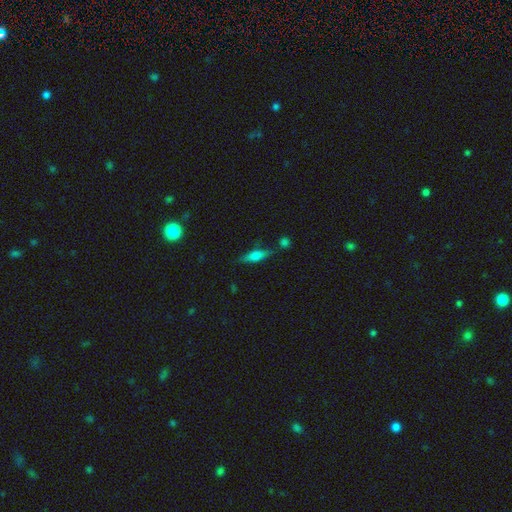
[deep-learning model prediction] Overall: smooth (54%; featured or disk 37%). How rounded: cigar-shaped (59%; in between 37%). Merging: none (74%).